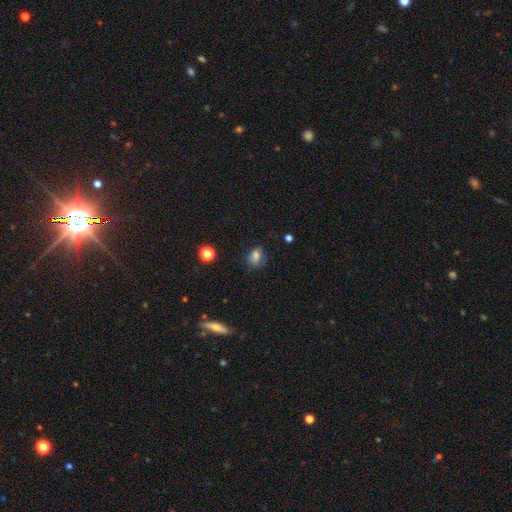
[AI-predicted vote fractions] A smooth galaxy with no disk features (79%) that is in between round and cigar-shaped (61%). Merging: none (67%).